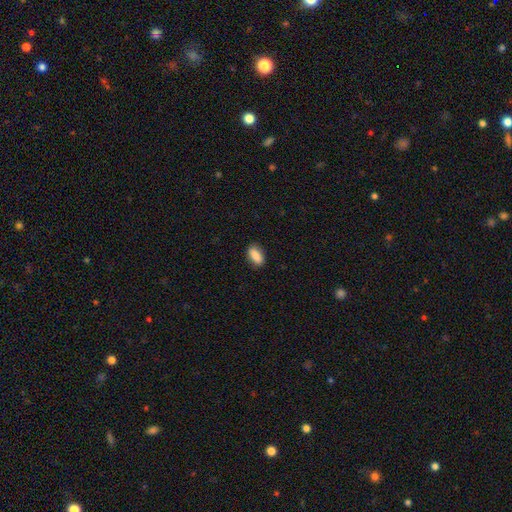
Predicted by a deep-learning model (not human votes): smooth 87%, star or artifact 7%, featured or disk 6%. Down the decision tree: how rounded — in between (87%); merging — none (87%).